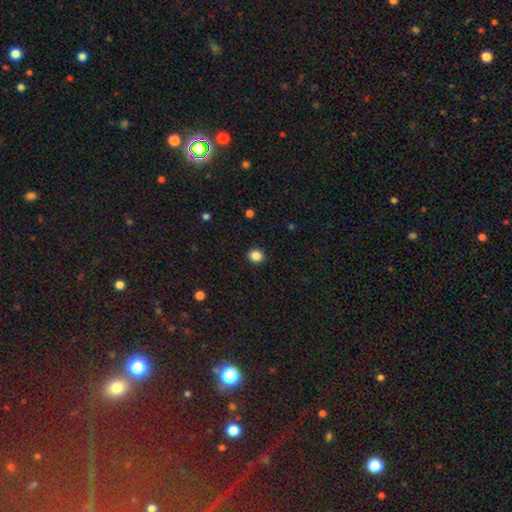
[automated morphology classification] This is clearly a smooth galaxy (86%). How rounded: clearly round (84%). Merging: clearly none (92%).